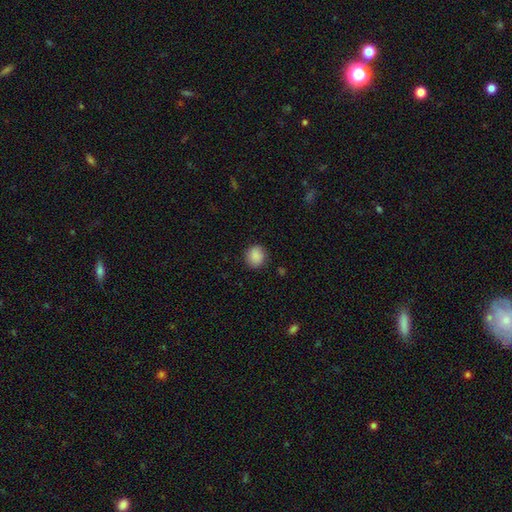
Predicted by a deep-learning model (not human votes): This is clearly a smooth galaxy (88%). How rounded: clearly round (83%). Merging: clearly none (86%).